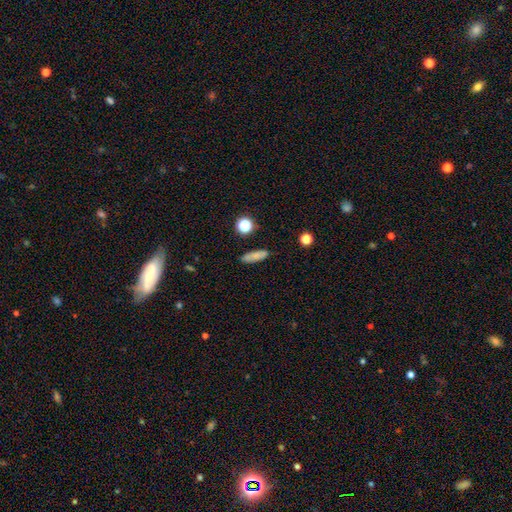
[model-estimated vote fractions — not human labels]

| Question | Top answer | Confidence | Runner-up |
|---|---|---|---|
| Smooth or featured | smooth | 80% | star or artifact (11%) |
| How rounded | cigar-shaped | 49% | in between (46%) |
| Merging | none | 85% | minor disturbance (10%) |